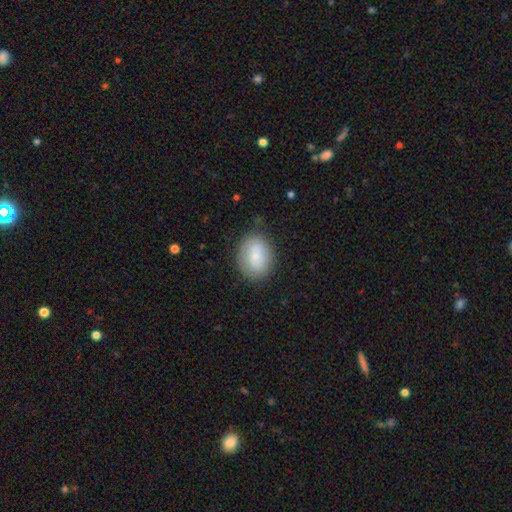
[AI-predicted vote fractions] smooth 74%, featured or disk 18%, star or artifact 7%. Down the decision tree: how rounded — in between (71%); merging — none (78%).